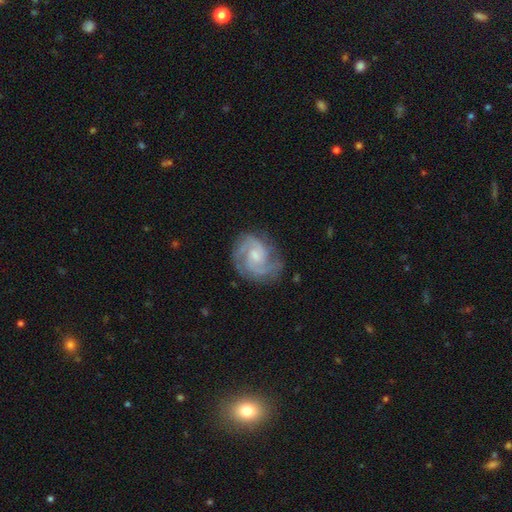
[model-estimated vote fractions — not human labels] Q: Smooth or featured?
A: featured or disk (88%); runner-up: smooth (7%)
Q: Edge-on disk?
A: no (98%); runner-up: yes (2%)
Q: Bar?
A: no (57%); runner-up: weak (37%)
Q: Spiral arms?
A: yes (98%); runner-up: no (2%)
Q: Spiral winding?
A: tight (46%); tied with: medium (46%)
Q: Spiral arm count?
A: 2 (60%); runner-up: 3 (22%)
Q: Bulge size?
A: small (51%); runner-up: moderate (36%)
Q: Merging?
A: none (76%); runner-up: minor disturbance (17%)